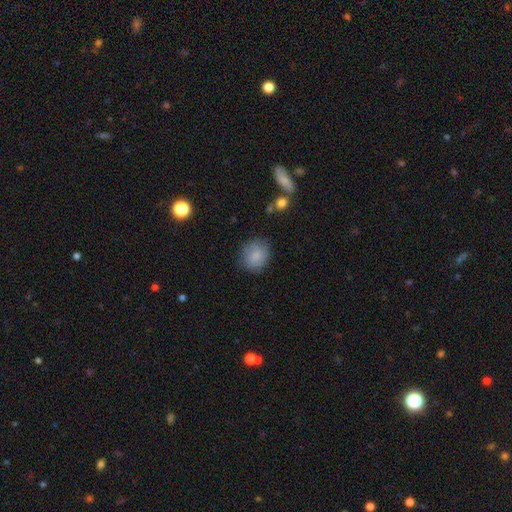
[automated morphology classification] Smooth or featured? Predicted: smooth (p=0.80). How rounded? Predicted: round (p=0.72). Merging? Predicted: none (p=0.77).